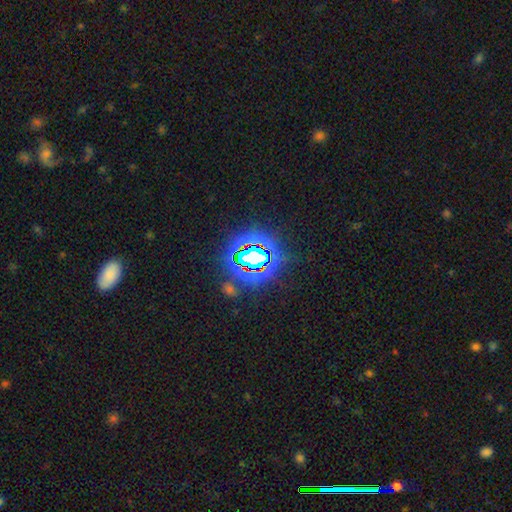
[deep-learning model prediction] Smooth or featured? Predicted: star or artifact (p=0.77).